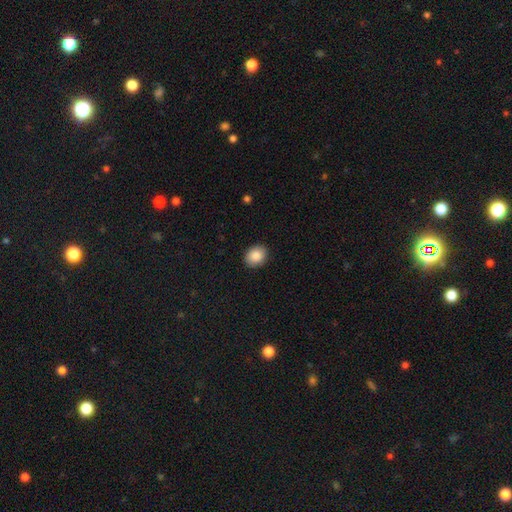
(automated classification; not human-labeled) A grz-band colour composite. It shows a smooth galaxy with no disk features (88%) that is in between round and cigar-shaped (51%). Merging: none (90%).